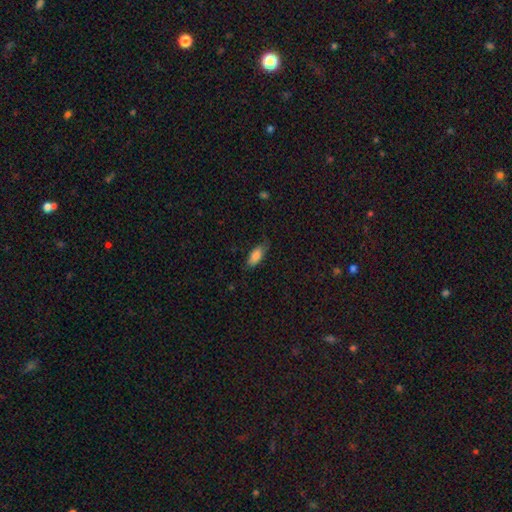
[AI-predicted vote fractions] smooth_or_featured: smooth (p=0.82) [alt: featured or disk p=0.11]
how_rounded: in between (p=0.84) [alt: cigar-shaped p=0.14]
merging: none (p=0.67) [alt: minor disturbance p=0.26]